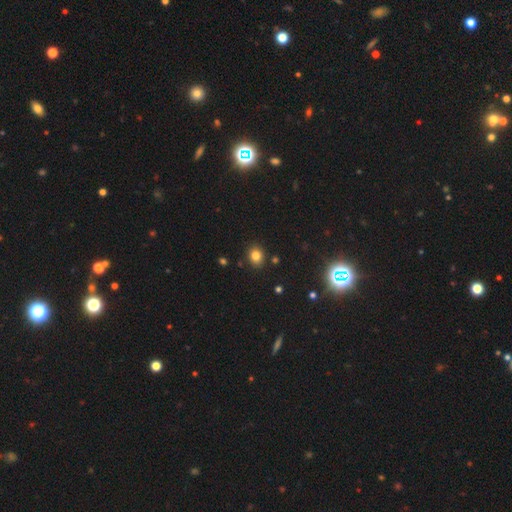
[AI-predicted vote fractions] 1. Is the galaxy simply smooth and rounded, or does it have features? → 80% smooth, 14% star or artifact, 6% featured or disk.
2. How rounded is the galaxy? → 65% round, 35% in between, 1% cigar-shaped.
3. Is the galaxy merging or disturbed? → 87% none, 8% minor disturbance, 3% merger, 2% major disturbance.